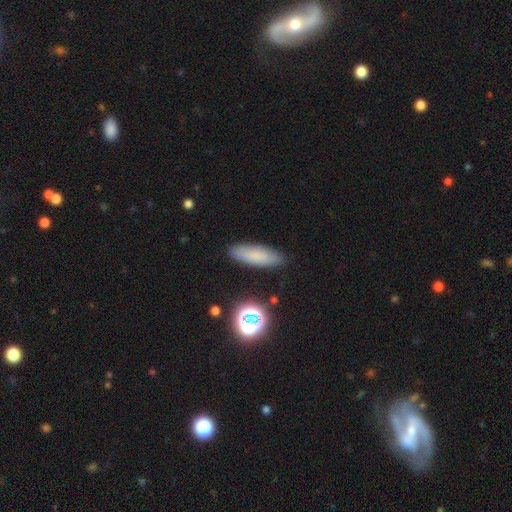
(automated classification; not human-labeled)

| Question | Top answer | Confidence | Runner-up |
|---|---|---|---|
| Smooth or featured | smooth | 77% | featured or disk (12%) |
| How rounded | in between | 50% | cigar-shaped (48%) |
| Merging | none | 87% | minor disturbance (9%) |